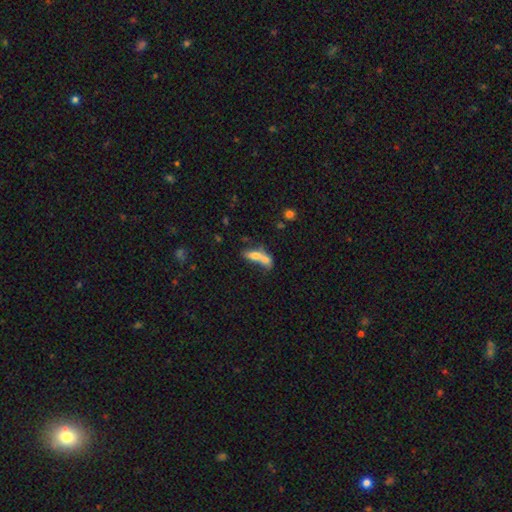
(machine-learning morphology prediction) smooth-or-featured: smooth: 65% | featured or disk: 25% | star or artifact: 10%
  how-rounded: in between: 65% | cigar-shaped: 28% | round: 7%
  merging: merger: 66% | none: 19% | minor disturbance: 8% | major disturbance: 7%